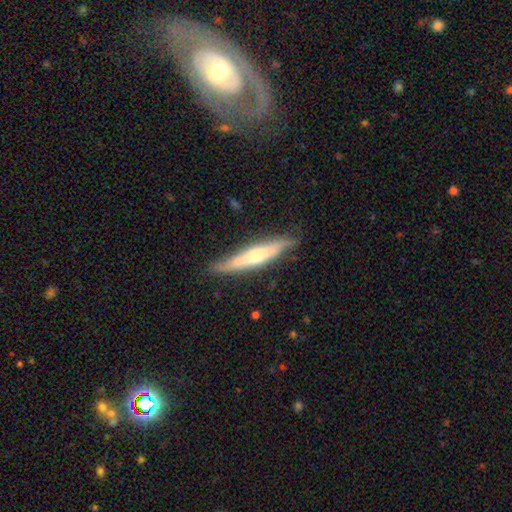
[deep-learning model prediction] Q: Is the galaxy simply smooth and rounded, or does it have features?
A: featured or disk — 56%.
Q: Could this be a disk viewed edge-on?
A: yes — 92%.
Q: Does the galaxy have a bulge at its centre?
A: rounded — 76%.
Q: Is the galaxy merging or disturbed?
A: none — 82%.